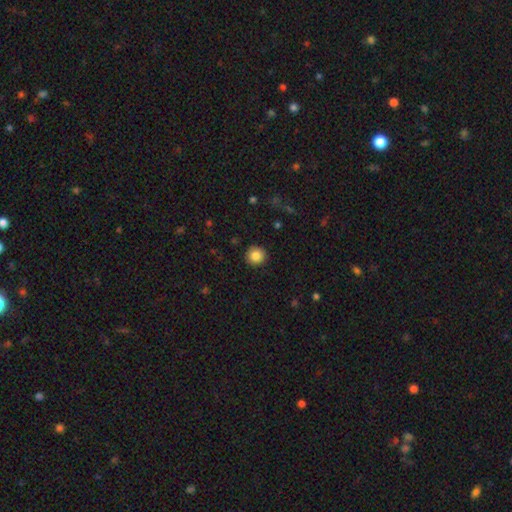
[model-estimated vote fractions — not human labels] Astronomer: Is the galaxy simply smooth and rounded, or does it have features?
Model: smooth — 85%.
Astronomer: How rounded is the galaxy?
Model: round — 94%.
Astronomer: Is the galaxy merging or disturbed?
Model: none — 92%.